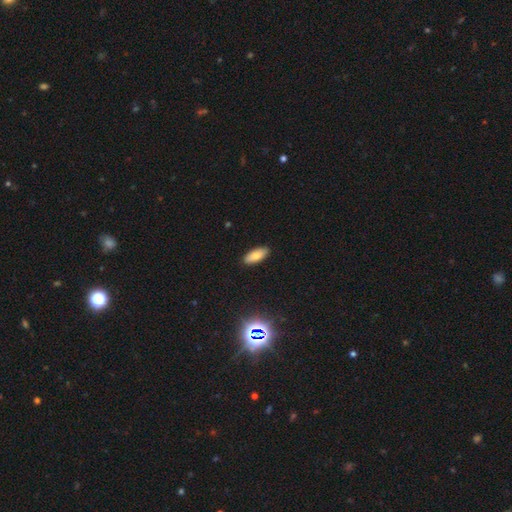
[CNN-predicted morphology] Q: Smooth or featured?
A: smooth (81%); runner-up: featured or disk (10%)
Q: How rounded?
A: in between (81%); runner-up: cigar-shaped (17%)
Q: Merging?
A: none (89%); runner-up: minor disturbance (8%)